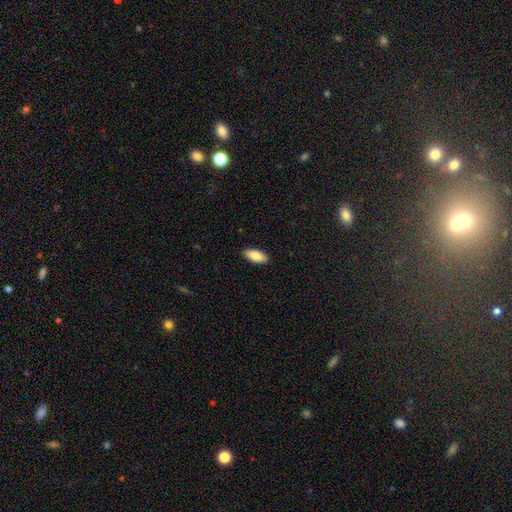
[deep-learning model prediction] Smooth or featured?
  - smooth: 84% *
  - featured or disk: 10%
  - star or artifact: 6%
How rounded?
  - in between: 88% *
  - cigar-shaped: 10%
  - round: 2%
Merging?
  - none: 90% *
  - minor disturbance: 8%
  - major disturbance: 2%
  - merger: 1%